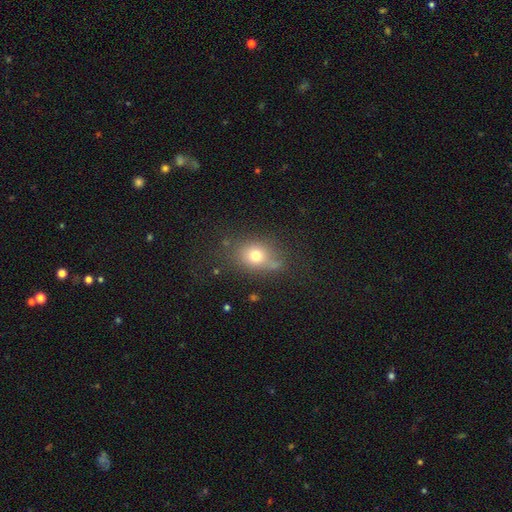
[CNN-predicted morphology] smooth-or-featured: smooth: 71% | star or artifact: 15% | featured or disk: 14%
  how-rounded: in between: 49% (tied) | round: 49% (tied) | cigar-shaped: 2%
  merging: none: 64% | minor disturbance: 21% | major disturbance: 10% | merger: 5%